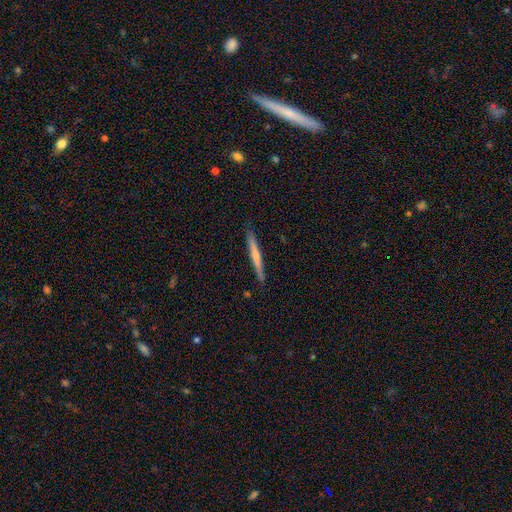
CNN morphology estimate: Smooth or featured? Predicted: smooth (p=0.49). Merging? Predicted: none (p=0.89).